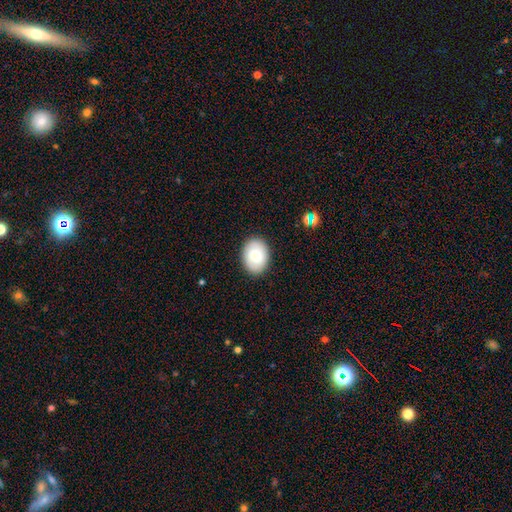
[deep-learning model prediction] A smooth galaxy with no disk features (77%) that is in between round and cigar-shaped (72%).

Vote fractions:
- Smooth or featured? smooth: 77% / featured or disk: 16% / star or artifact: 7%
- How rounded? in between: 72% / round: 27% / cigar-shaped: 1%
- Merging? none: 88% / minor disturbance: 9% / major disturbance: 2% / merger: 1%